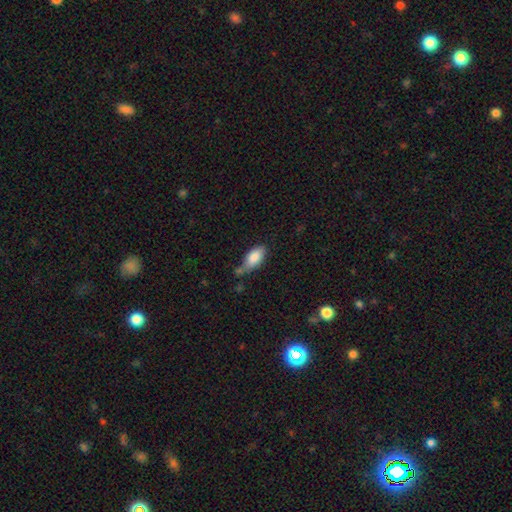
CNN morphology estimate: smooth_or_featured: smooth (p=0.84) [alt: featured or disk p=0.10]
how_rounded: in between (p=0.88) [alt: cigar-shaped p=0.09]
merging: none (p=0.44) [alt: minor disturbance p=0.33]